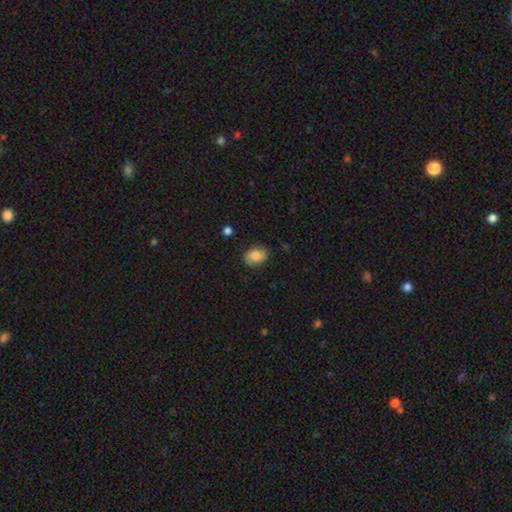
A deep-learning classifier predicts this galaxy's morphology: Smooth or featured: smooth — 66% (featured or disk — 25%)
How rounded: in between — 70% (round — 28%)
Merging: none — 80% (minor disturbance — 15%)